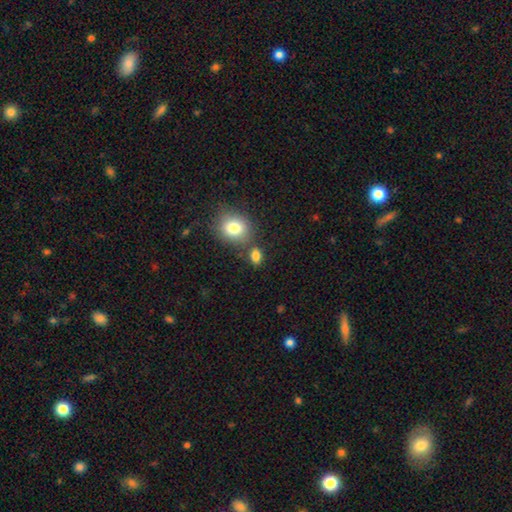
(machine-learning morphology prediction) Overall: smooth (82%). How rounded: in between (66%; round 31%). Merging: none (65%).